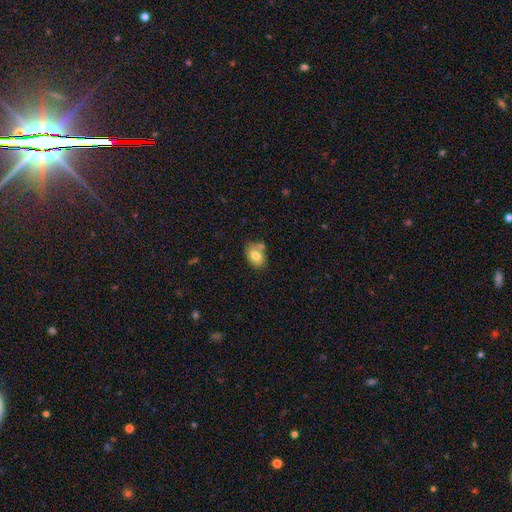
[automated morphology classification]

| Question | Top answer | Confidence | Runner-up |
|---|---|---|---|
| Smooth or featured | smooth | 76% | featured or disk (16%) |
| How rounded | in between | 75% | round (24%) |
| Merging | none | 60% | merger (18%) |